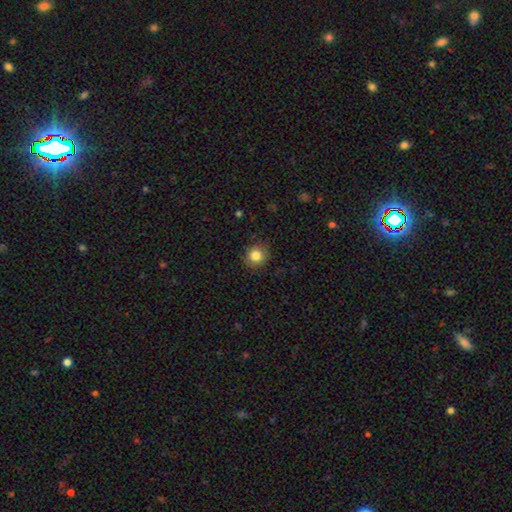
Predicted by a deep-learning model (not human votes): Overall: smooth (83%). How rounded: round (86%). Merging: none (88%).